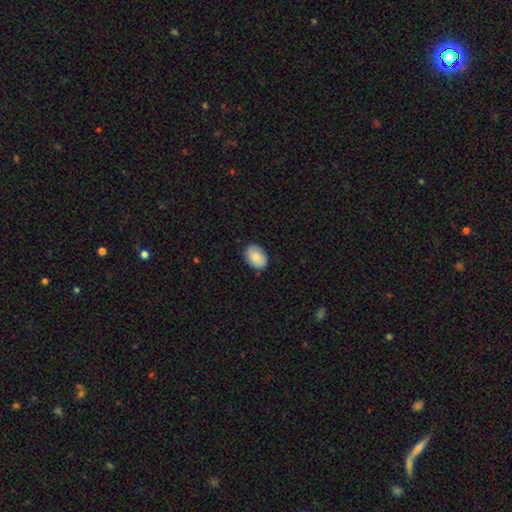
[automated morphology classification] Q: Smooth or featured?
A: smooth (85%); runner-up: featured or disk (8%)
Q: How rounded?
A: in between (82%); runner-up: round (17%)
Q: Merging?
A: none (86%); runner-up: minor disturbance (11%)